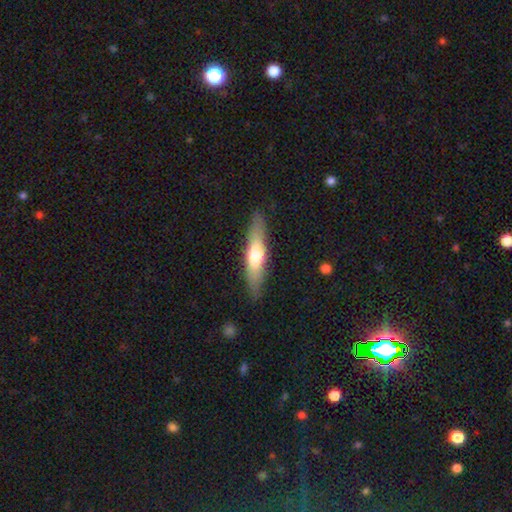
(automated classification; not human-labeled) Smooth or featured? Predicted: smooth (p=0.52). How rounded? Predicted: cigar-shaped (p=0.73). Merging? Predicted: none (p=0.86).